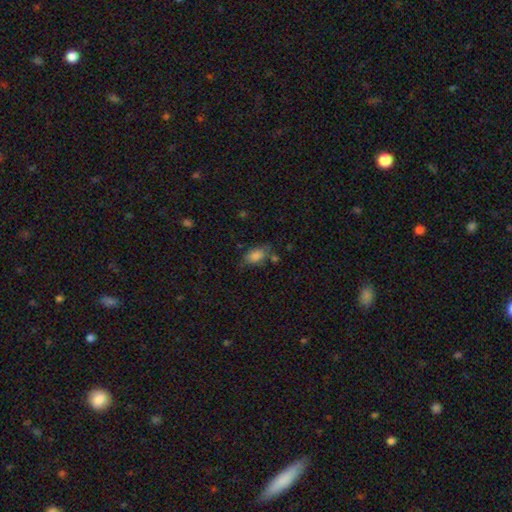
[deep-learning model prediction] This is clearly a smooth galaxy (80%). How rounded: clearly in between (88%). Merging: possibly none (60%).